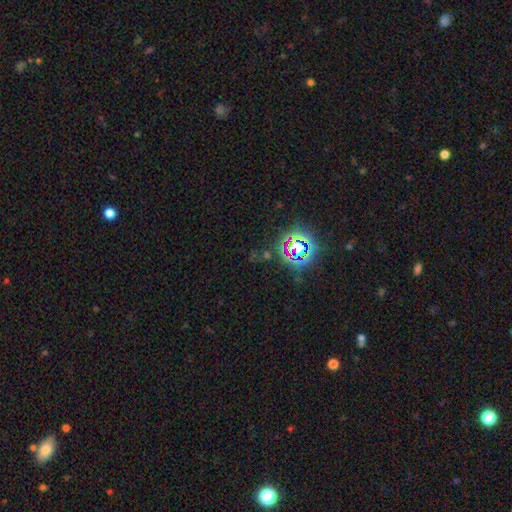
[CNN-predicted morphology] This is likely a star or artifact rather than a galaxy (77%).